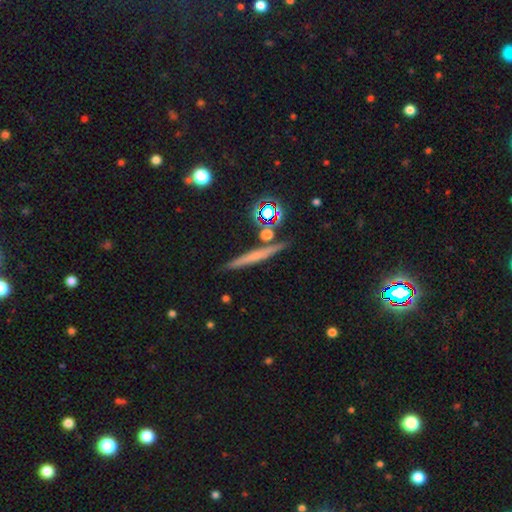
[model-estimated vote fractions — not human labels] smooth_or_featured: smooth (p=0.44) [alt: featured or disk p=0.42]
merging: none (p=0.85) [alt: minor disturbance p=0.08]